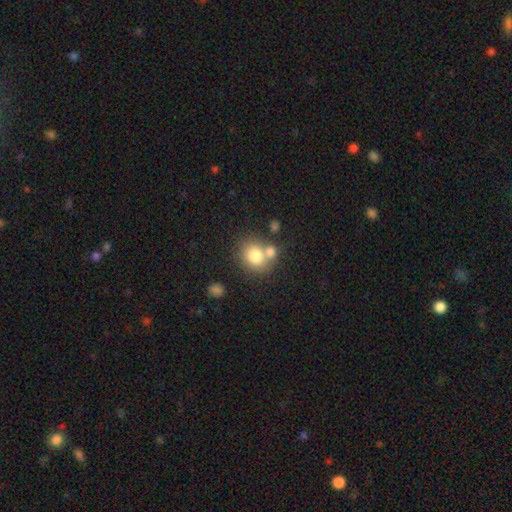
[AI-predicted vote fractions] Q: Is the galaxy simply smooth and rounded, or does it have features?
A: smooth — 77%.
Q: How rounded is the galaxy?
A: round — 72%.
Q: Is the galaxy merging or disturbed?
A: none — 49%.